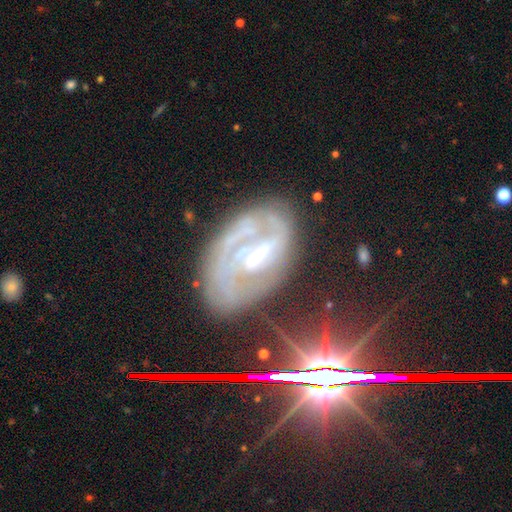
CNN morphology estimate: smooth_or_featured: featured or disk (p=0.72) [alt: star or artifact p=0.15]
disk_edge_on: no (p=0.94) [alt: yes p=0.06]
bar: strong (p=0.44) [alt: weak p=0.37]
has_spiral_arms: yes (p=0.77) [alt: no p=0.23]
spiral_winding: tight (p=0.53) [alt: medium p=0.33]
spiral_arm_count: can't tell (p=0.40) [alt: 2 p=0.30]
bulge_size: small (p=0.39) [alt: moderate p=0.38]
merging: none (p=0.57) [alt: minor disturbance p=0.22]